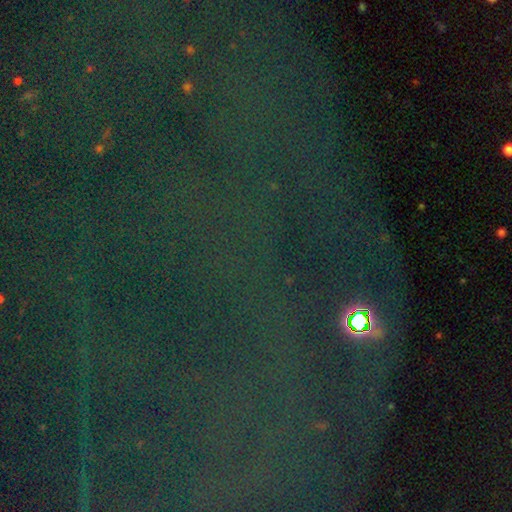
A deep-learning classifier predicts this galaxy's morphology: This appears to be a star or artifact, not a galaxy (80%).